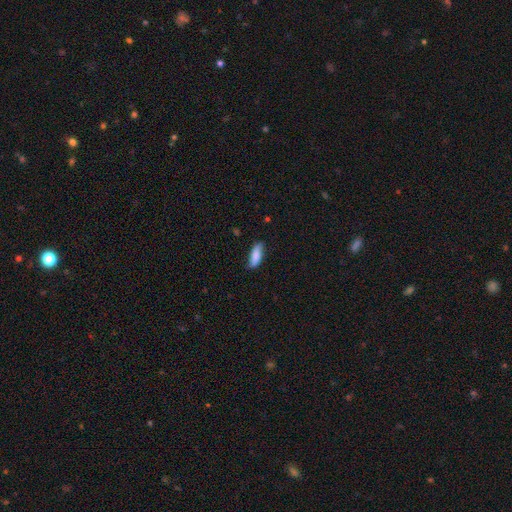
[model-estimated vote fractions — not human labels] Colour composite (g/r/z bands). It shows a smooth galaxy with no disk features (83%) that is in between round and cigar-shaped (59%). Merging: none (77%).